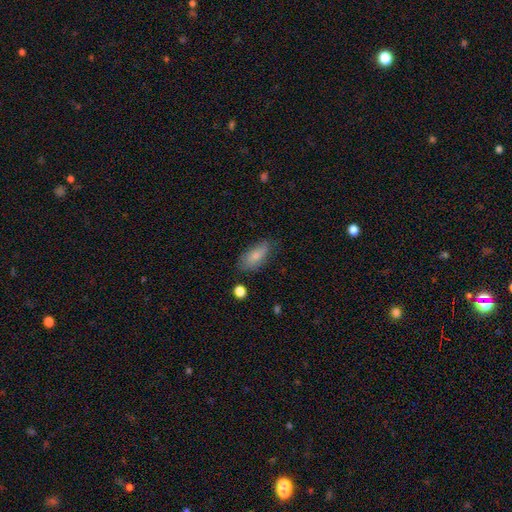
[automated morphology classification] The model was most divided on "merging": none: 70%, minor disturbance: 22%, major disturbance: 5%, merger: 2%. More confident: how rounded — in between (85%); smooth or featured — smooth (80%).